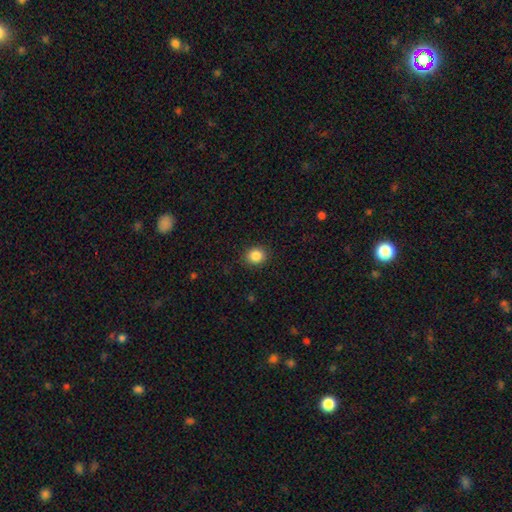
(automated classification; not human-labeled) Smooth or featured?
  - smooth: 86% *
  - star or artifact: 10%
  - featured or disk: 4%
How rounded?
  - round: 75% *
  - in between: 24%
  - cigar-shaped: 1%
Merging?
  - none: 89% *
  - minor disturbance: 8%
  - major disturbance: 2%
  - merger: 1%